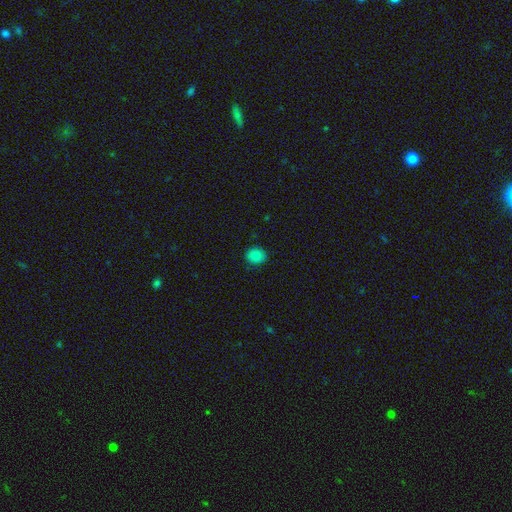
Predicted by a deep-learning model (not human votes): This appears to be a smooth galaxy with no disk features (85%) that is round (70%). Merging: none (88%).